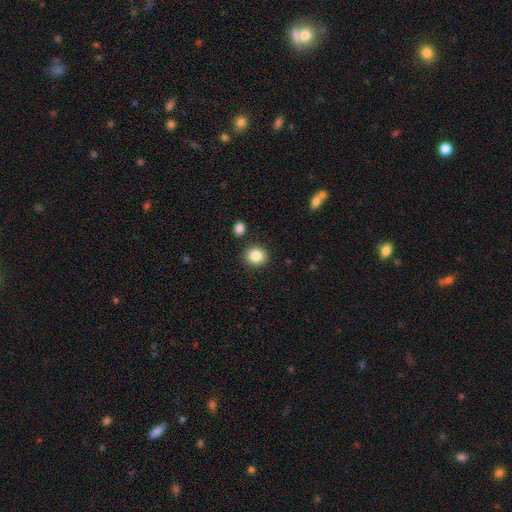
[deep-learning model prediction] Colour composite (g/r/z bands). It shows a smooth galaxy with no disk features (85%) that is round (85%). Merging: none (88%).